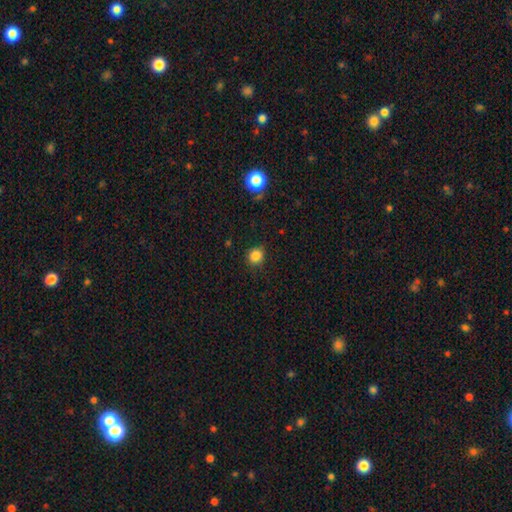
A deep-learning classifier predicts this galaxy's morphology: Smooth or featured? Predicted: smooth (p=0.84). How rounded? Predicted: round (p=0.83). Merging? Predicted: none (p=0.84).